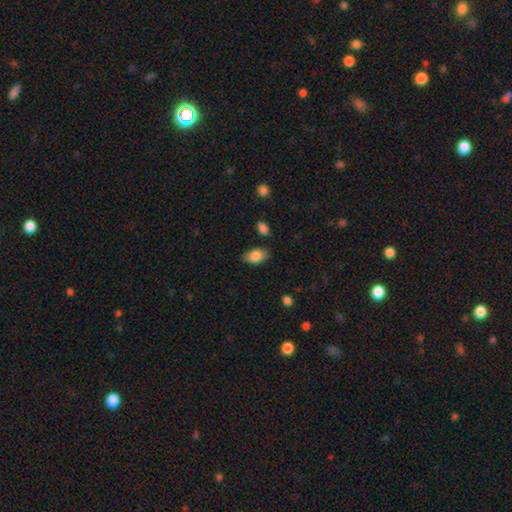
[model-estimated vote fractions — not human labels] Smooth or featured? Predicted: smooth (p=0.83). How rounded? Predicted: in between (p=0.92). Merging? Predicted: none (p=0.76).